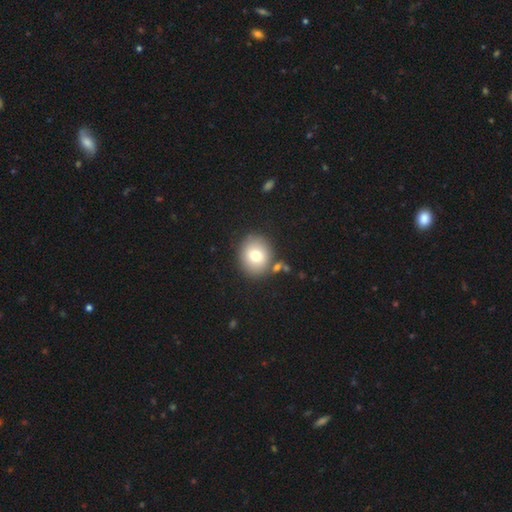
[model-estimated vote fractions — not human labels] This appears to be a smooth galaxy with no disk features (74%) that is round (72%). Merging: none (82%).